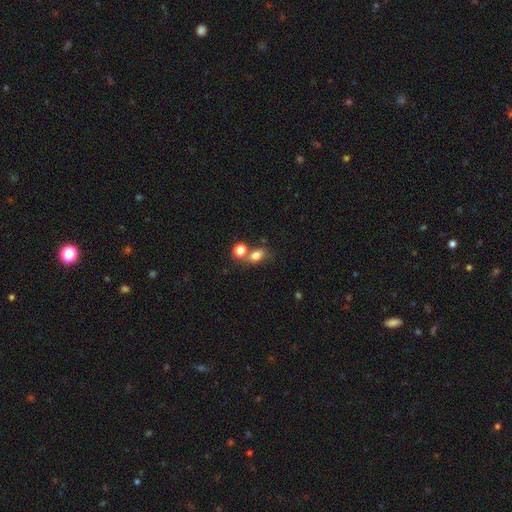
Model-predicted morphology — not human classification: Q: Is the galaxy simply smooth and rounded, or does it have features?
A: smooth — 78%.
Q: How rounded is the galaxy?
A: in between — 68%.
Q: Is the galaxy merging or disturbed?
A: none — 50%.